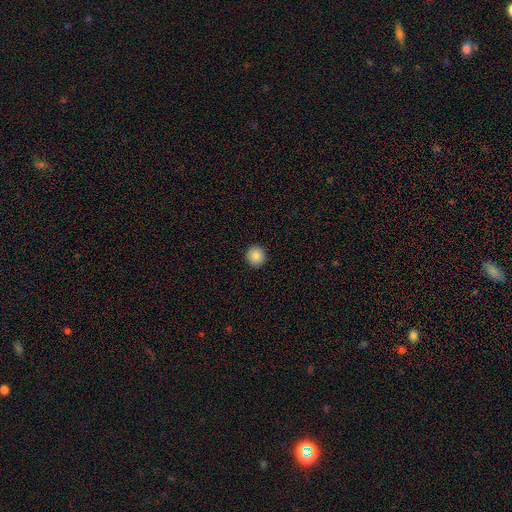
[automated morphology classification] This is clearly a smooth galaxy (87%). How rounded: clearly round (94%). Merging: clearly none (93%).